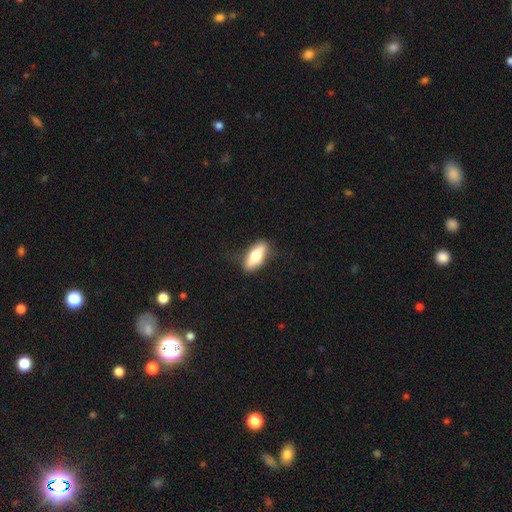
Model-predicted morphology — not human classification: A smooth galaxy with no disk features (62%) that is in between round and cigar-shaped (64%). Merging: none (82%).